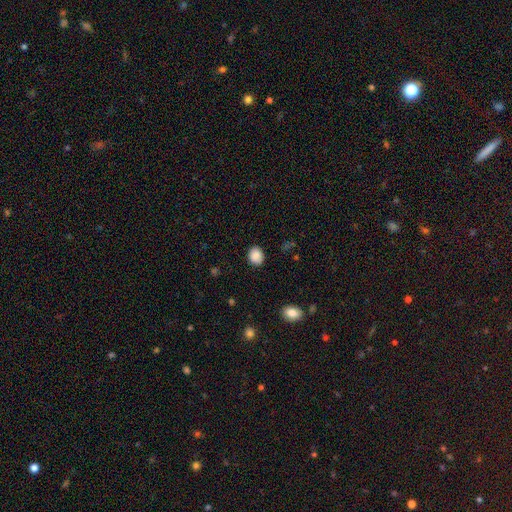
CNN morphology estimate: This is clearly a smooth galaxy (88%). How rounded: possibly round (58%). Merging: clearly none (87%).